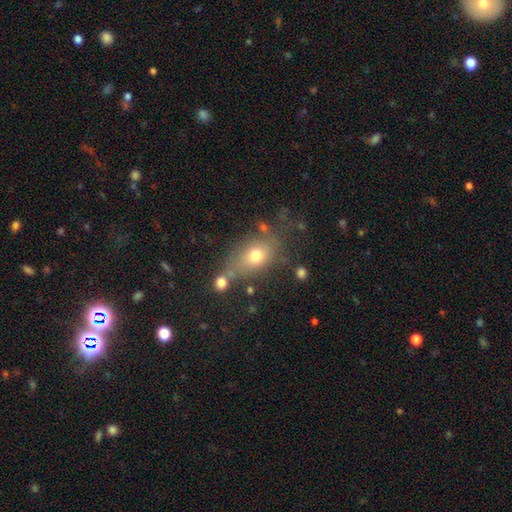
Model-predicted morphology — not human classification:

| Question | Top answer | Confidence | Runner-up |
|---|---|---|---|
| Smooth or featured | smooth | 71% | featured or disk (17%) |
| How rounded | in between | 72% | round (24%) |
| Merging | none | 56% | minor disturbance (19%) |